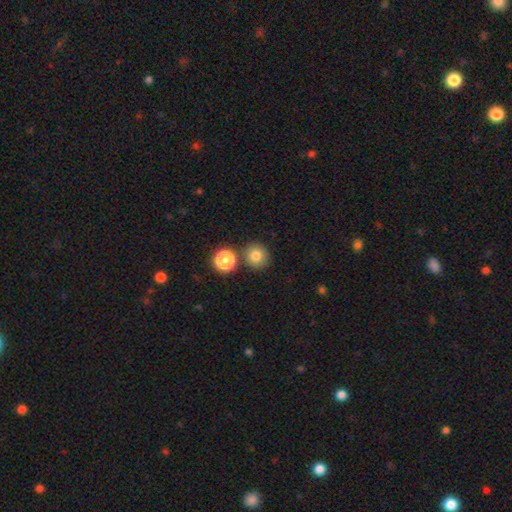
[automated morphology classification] This appears to be a smooth galaxy with no disk features (80%) that is round (91%). Merging: none (80%).